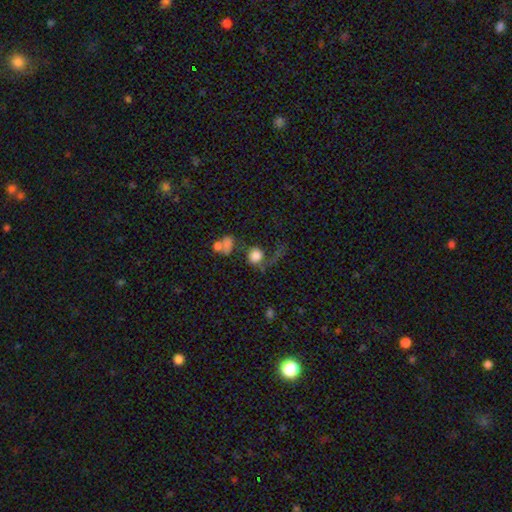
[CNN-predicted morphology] Q: Smooth or featured?
A: smooth (69%); runner-up: featured or disk (18%)
Q: How rounded?
A: round (78%); runner-up: in between (21%)
Q: Merging?
A: major disturbance (38%); runner-up: none (31%)